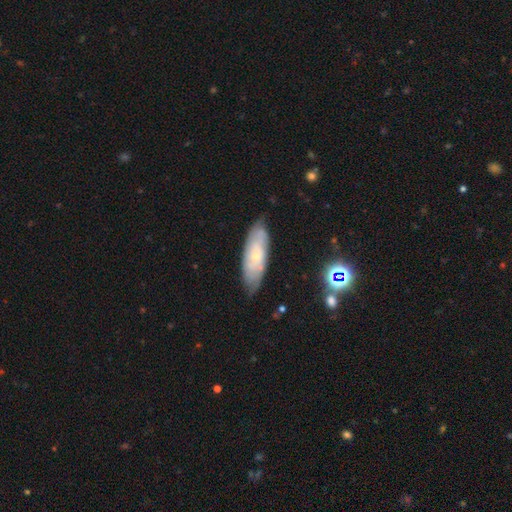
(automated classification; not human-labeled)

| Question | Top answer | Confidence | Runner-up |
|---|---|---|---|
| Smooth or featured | featured or disk | 53% | smooth (38%) |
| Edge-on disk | no | 77% | yes (23%) |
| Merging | none | 77% | minor disturbance (17%) |